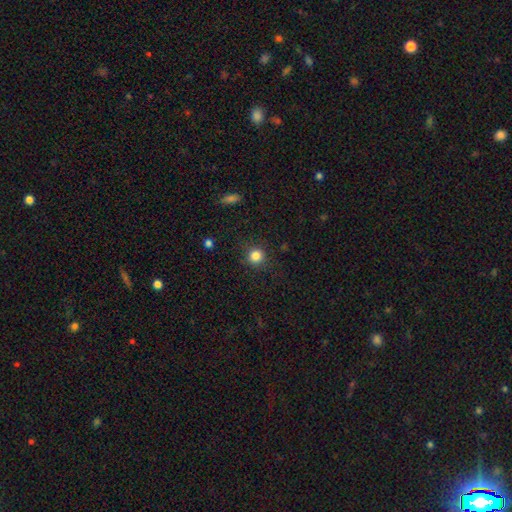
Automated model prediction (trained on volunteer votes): smooth_or_featured: smooth (p=0.84) [alt: star or artifact p=0.12]
how_rounded: round (p=0.92) [alt: in between p=0.07]
merging: none (p=0.87) [alt: minor disturbance p=0.08]